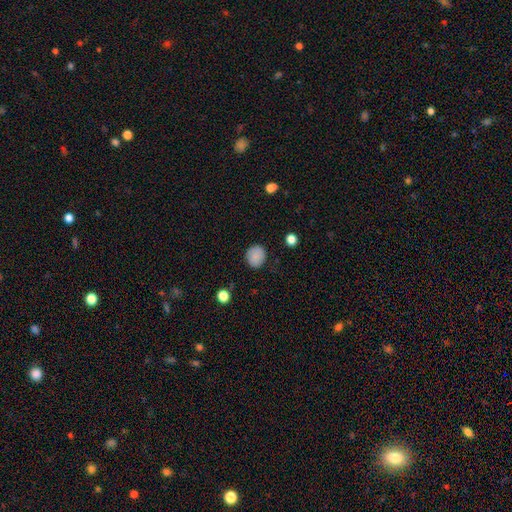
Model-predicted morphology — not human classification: This is clearly a smooth galaxy (84%). How rounded: clearly round (80%). Merging: clearly none (84%).